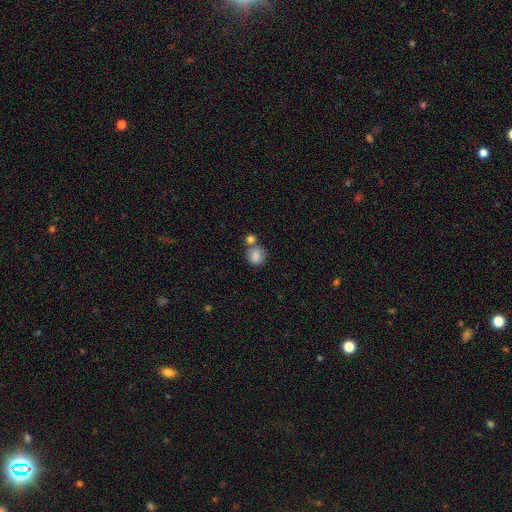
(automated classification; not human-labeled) Q: Smooth or featured?
A: smooth (85%); runner-up: star or artifact (8%)
Q: How rounded?
A: round (79%); runner-up: in between (20%)
Q: Merging?
A: none (54%); runner-up: merger (31%)